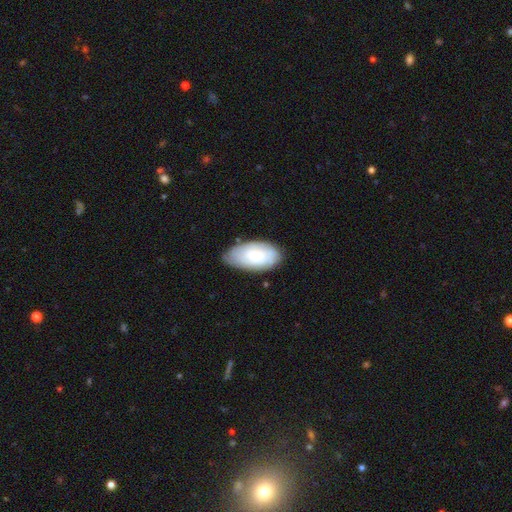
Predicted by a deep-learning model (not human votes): Q: Smooth or featured?
A: smooth (58%); runner-up: featured or disk (36%)
Q: How rounded?
A: in between (94%); runner-up: cigar-shaped (3%)
Q: Merging?
A: none (70%); runner-up: minor disturbance (24%)